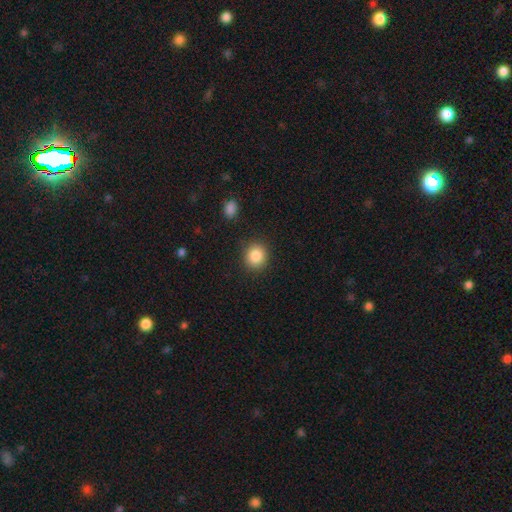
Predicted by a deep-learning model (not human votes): Morphology: type=smooth (86%); roundness=round (84%); merging=none (88%).